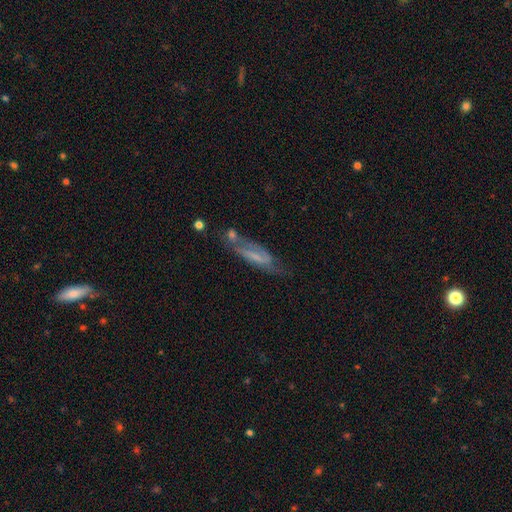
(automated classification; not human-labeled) Smooth or featured?
  - featured or disk: 63% *
  - smooth: 28%
  - star or artifact: 9%
Edge-on disk?
  - no: 74% *
  - yes: 26%
Merging?
  - none: 49% *
  - minor disturbance: 24%
  - major disturbance: 15%
  - merger: 13%